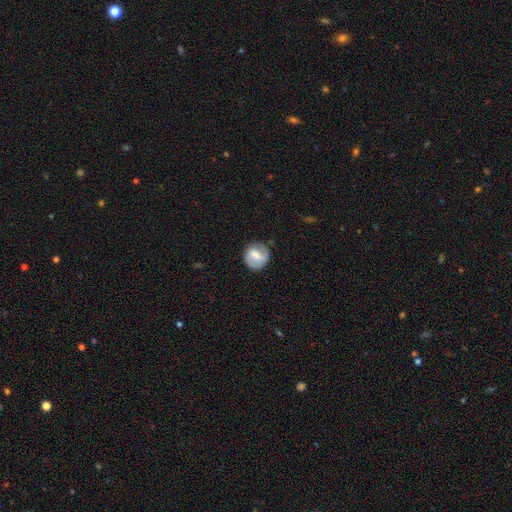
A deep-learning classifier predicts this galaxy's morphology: Smooth or featured?
  - smooth: 49% *
  - featured or disk: 44%
  - star or artifact: 7%
Merging?
  - none: 77% *
  - minor disturbance: 16%
  - major disturbance: 5%
  - merger: 2%